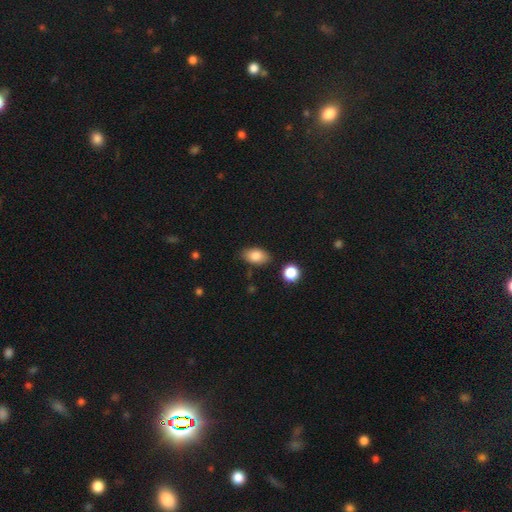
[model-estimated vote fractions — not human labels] Smooth or featured?
  - smooth: 84% *
  - featured or disk: 8%
  - star or artifact: 8%
How rounded?
  - in between: 90% *
  - round: 8%
  - cigar-shaped: 2%
Merging?
  - none: 82% *
  - minor disturbance: 13%
  - merger: 3%
  - major disturbance: 3%